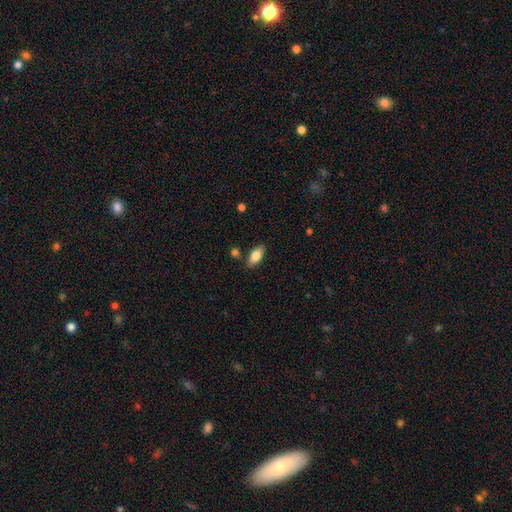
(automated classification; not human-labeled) A smooth galaxy with no disk features (76%) that is in between round and cigar-shaped (86%). Merging: none (80%).